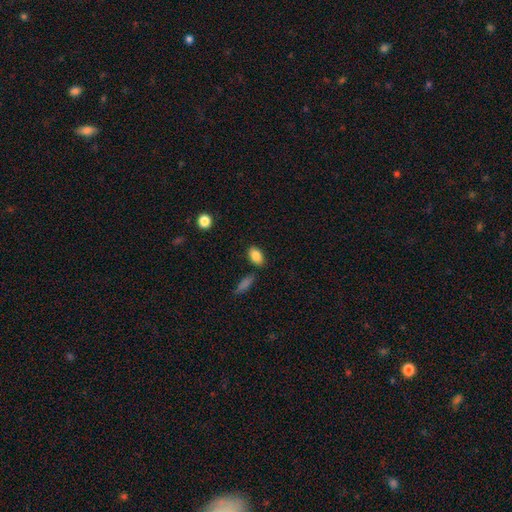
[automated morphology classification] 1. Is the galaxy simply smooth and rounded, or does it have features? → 85% smooth, 8% star or artifact, 7% featured or disk.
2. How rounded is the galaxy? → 88% in between, 9% round, 3% cigar-shaped.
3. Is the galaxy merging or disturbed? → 80% none, 11% minor disturbance, 6% merger, 3% major disturbance.